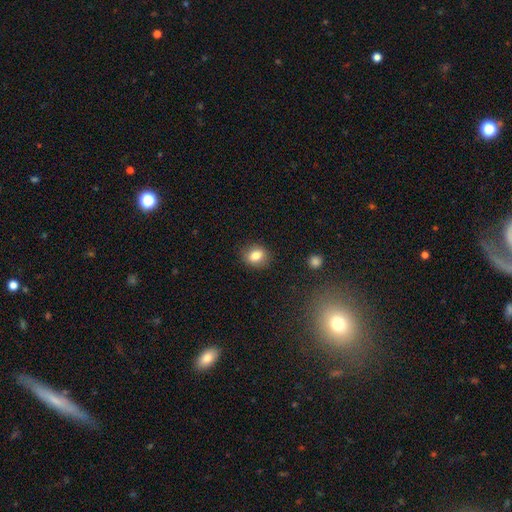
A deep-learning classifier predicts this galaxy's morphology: smooth 82%, star or artifact 10%, featured or disk 8%. Down the decision tree: how rounded — round (53%); merging — none (85%).